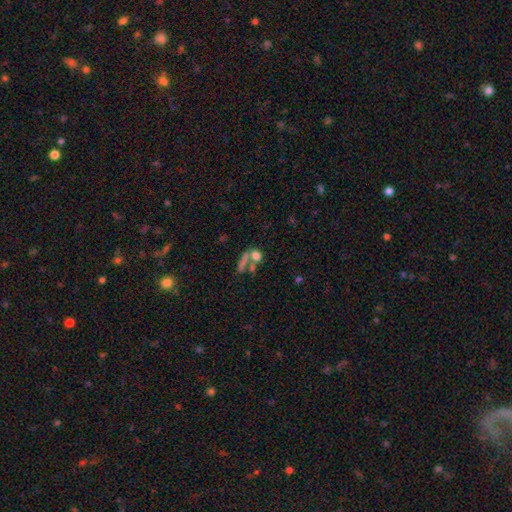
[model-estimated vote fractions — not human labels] Q: Smooth or featured?
A: smooth (68%); runner-up: featured or disk (16%)
Q: How rounded?
A: round (56%); runner-up: in between (33%)
Q: Merging?
A: merger (41%); runner-up: none (40%)